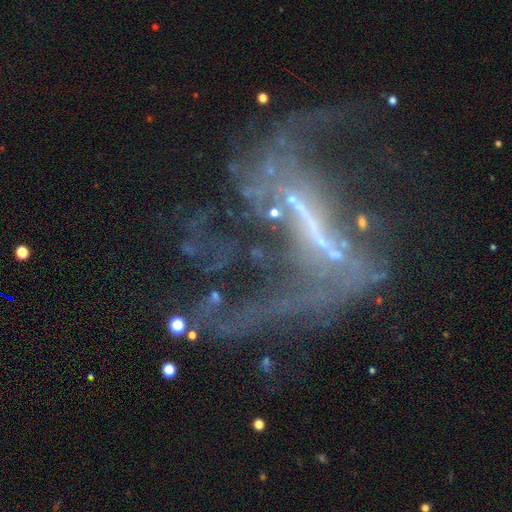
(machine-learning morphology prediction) This is likely a featured or disk galaxy (79%). It is clearly not viewed edge-on (87%). Bar: likely strong (62%). Spiral arm pattern: likely yes (66%). Central bulge: possibly none (49%). Merging: marginally major disturbance (44%).